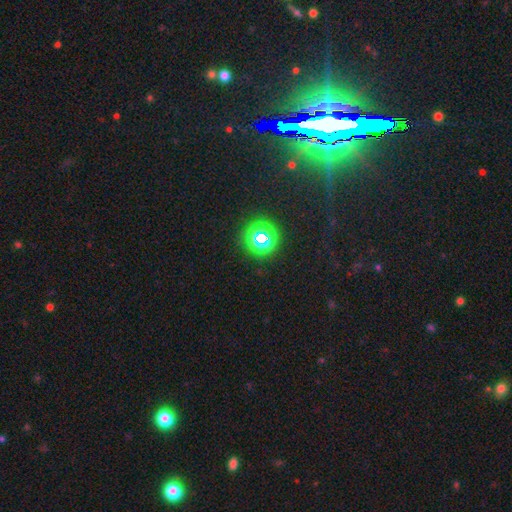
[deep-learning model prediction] Smooth or featured? star or artifact (77%)